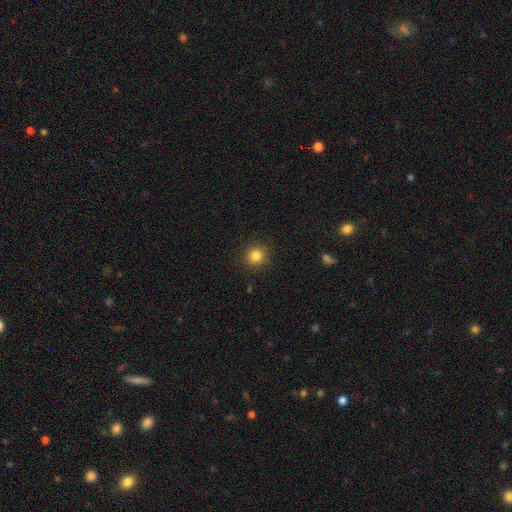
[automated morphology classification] Smooth or featured: smooth — 84% (star or artifact — 11%)
How rounded: round — 91% (in between — 8%)
Merging: none — 90% (minor disturbance — 7%)